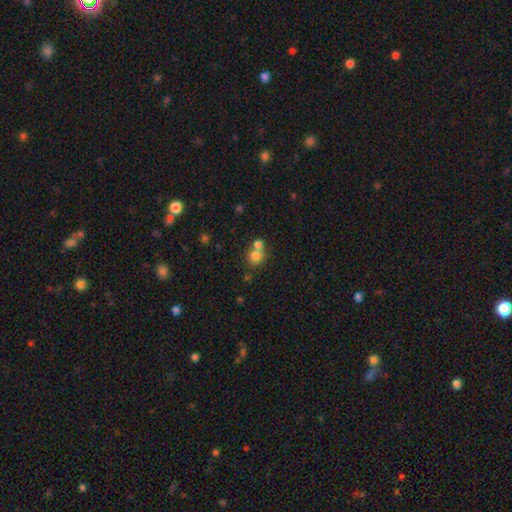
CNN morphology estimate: This is likely a smooth galaxy (77%). How rounded: clearly round (84%). Merging: possibly merger (48%).